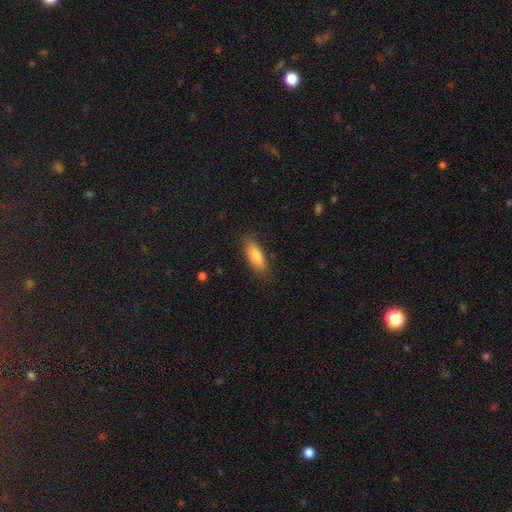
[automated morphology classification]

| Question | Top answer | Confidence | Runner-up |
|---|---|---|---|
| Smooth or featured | smooth | 80% | featured or disk (13%) |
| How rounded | in between | 65% | cigar-shaped (33%) |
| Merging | none | 82% | minor disturbance (14%) |